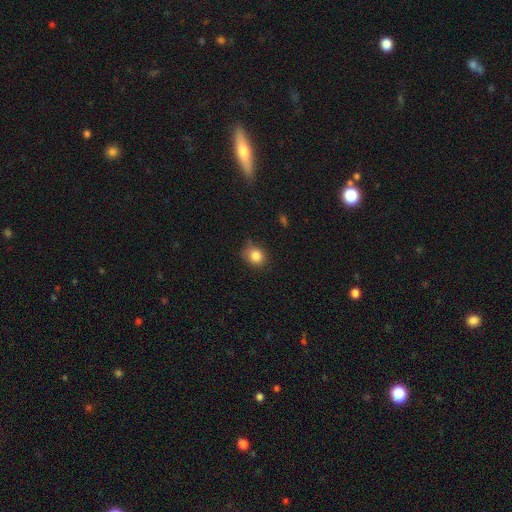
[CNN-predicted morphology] Smooth or featured: smooth — 84% (star or artifact — 10%)
How rounded: round — 64% (in between — 35%)
Merging: none — 66% (minor disturbance — 26%)